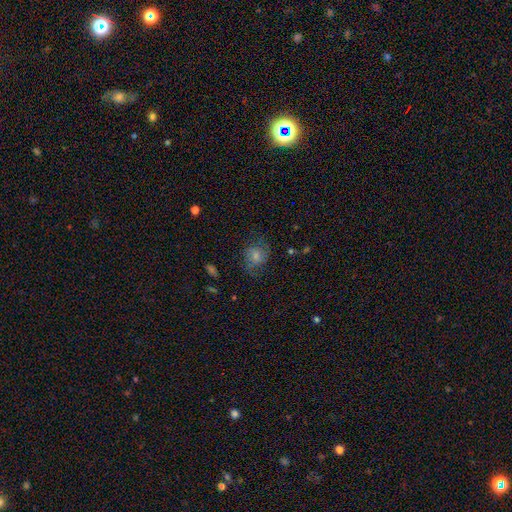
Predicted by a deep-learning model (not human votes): smooth_or_featured: smooth (p=0.40) [alt: featured or disk p=0.39]
merging: none (p=0.69) [alt: minor disturbance p=0.18]